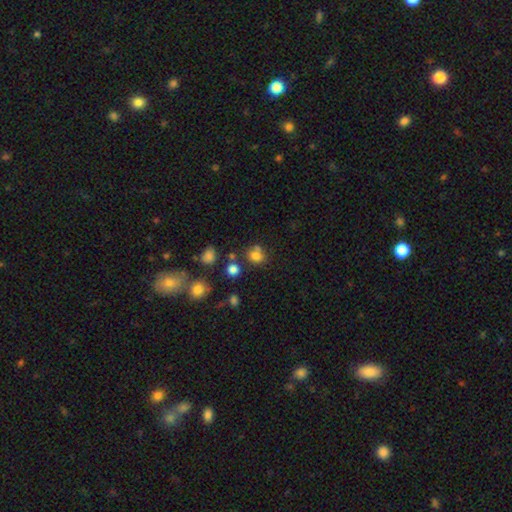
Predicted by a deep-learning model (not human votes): smooth 76%, star or artifact 16%, featured or disk 8%. Down the decision tree: how rounded — round (66%); merging — none (62%).